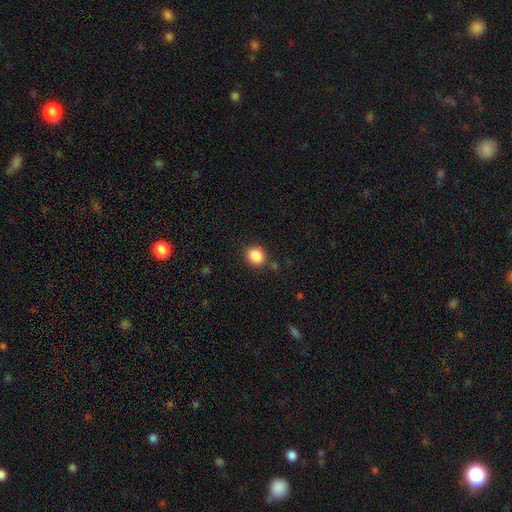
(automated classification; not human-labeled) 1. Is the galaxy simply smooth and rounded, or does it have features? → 87% smooth, 9% star or artifact, 4% featured or disk.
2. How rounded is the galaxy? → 58% round, 41% in between, 1% cigar-shaped.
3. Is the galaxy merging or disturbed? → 84% none, 10% minor disturbance, 3% major disturbance, 3% merger.